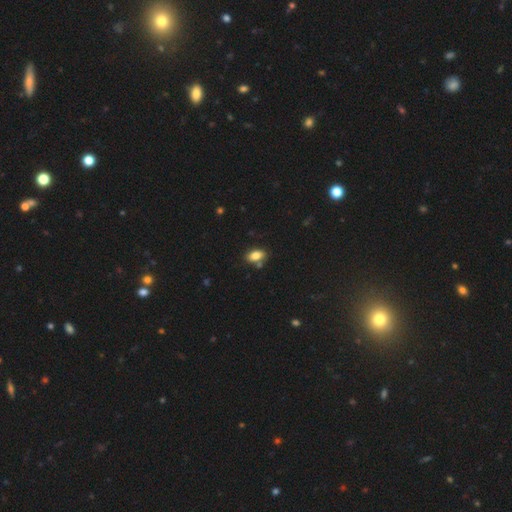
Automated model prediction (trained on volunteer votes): This appears to be a smooth galaxy with no disk features (83%) that is in between round and cigar-shaped (89%). Merging: none (75%).